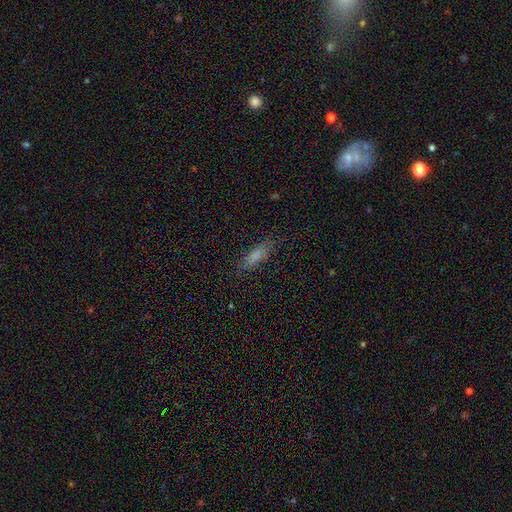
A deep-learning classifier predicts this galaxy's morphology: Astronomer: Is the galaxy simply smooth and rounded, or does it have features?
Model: smooth — 75%.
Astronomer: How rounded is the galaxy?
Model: in between — 49%, tied with cigar-shaped at 49%.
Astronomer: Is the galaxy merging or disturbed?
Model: none — 79%.